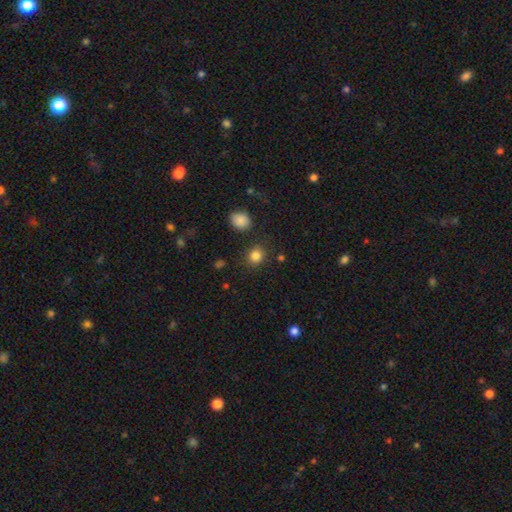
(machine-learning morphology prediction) Overall: smooth (84%). How rounded: round (76%). Merging: none (86%).